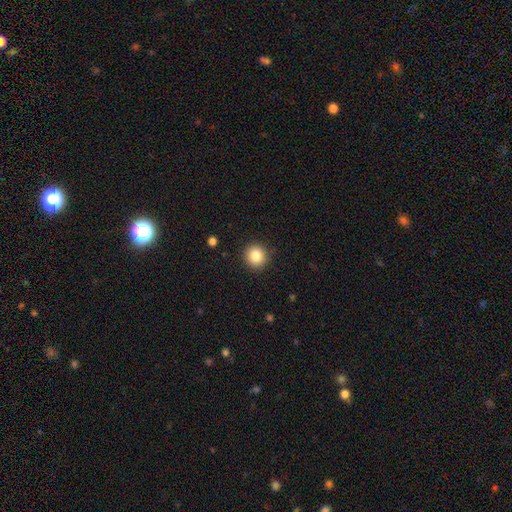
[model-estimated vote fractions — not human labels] smooth_or_featured: smooth (p=0.84) [alt: star or artifact p=0.10]
how_rounded: round (p=0.92) [alt: in between p=0.07]
merging: none (p=0.90) [alt: minor disturbance p=0.07]